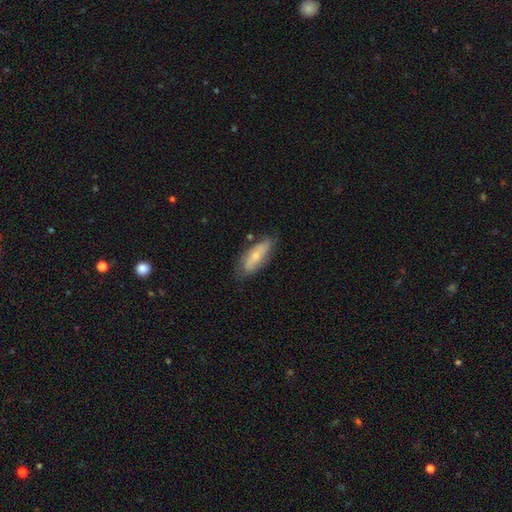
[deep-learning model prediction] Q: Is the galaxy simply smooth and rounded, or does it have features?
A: featured or disk — 50%.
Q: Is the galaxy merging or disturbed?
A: none — 70%.